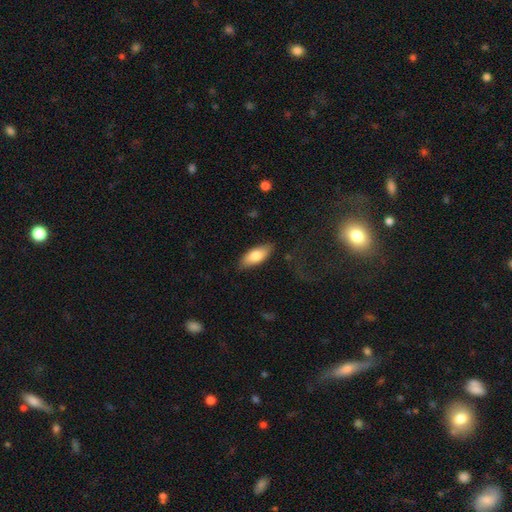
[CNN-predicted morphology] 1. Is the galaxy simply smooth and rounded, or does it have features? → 78% smooth, 16% featured or disk, 6% star or artifact.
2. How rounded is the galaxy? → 81% in between, 17% cigar-shaped, 2% round.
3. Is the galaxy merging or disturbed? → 83% none, 12% minor disturbance, 3% major disturbance, 1% merger.